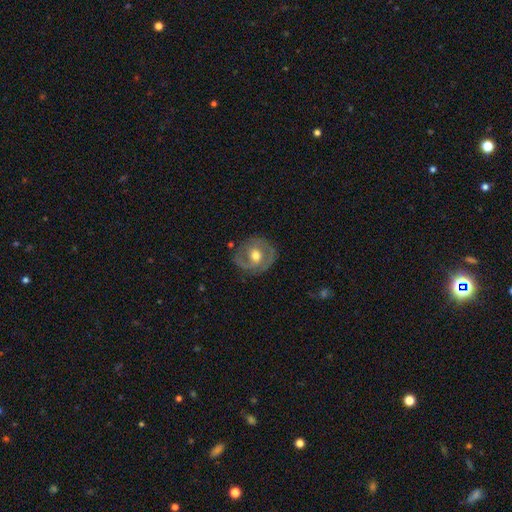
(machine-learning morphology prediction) smooth_or_featured: featured or disk (p=0.59) [alt: smooth p=0.34]
disk_edge_on: no (p=0.95) [alt: yes p=0.05]
bar: no (p=0.58) [alt: weak p=0.31]
has_spiral_arms: no (p=0.50) [tied with: yes p=0.50]
bulge_size: moderate (p=0.77) [alt: large p=0.12]
merging: none (p=0.76) [alt: minor disturbance p=0.17]